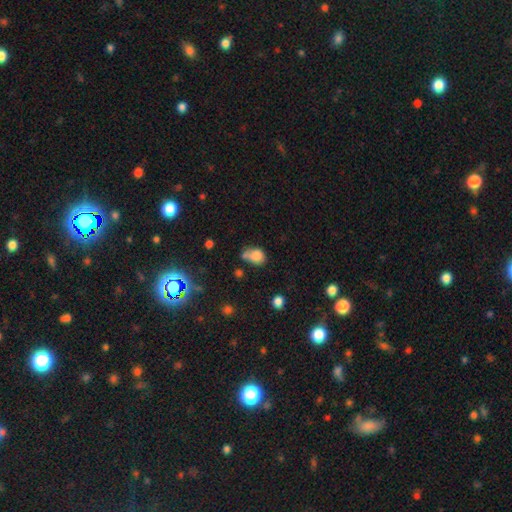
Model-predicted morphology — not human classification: Q: Smooth or featured?
A: smooth (75%); runner-up: star or artifact (13%)
Q: How rounded?
A: in between (61%); runner-up: round (37%)
Q: Merging?
A: none (33%); runner-up: merger (28%)